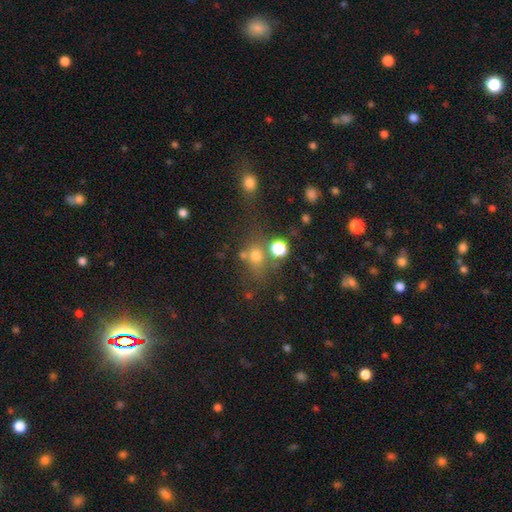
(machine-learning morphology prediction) This appears to be a smooth galaxy with no disk features (66%) that is round (75%). Merging: none (56%).